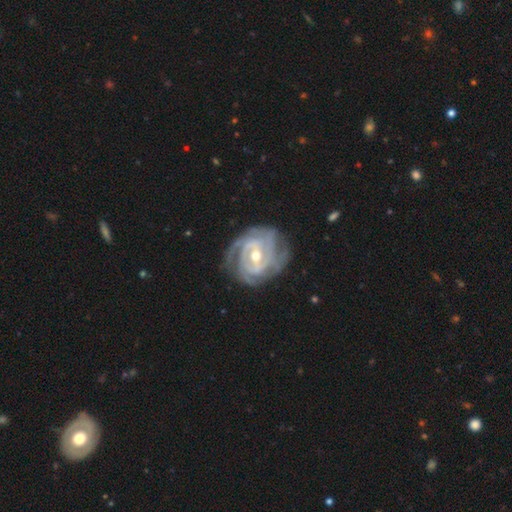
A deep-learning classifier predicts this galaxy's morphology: Q: Smooth or featured?
A: featured or disk (91%); runner-up: smooth (5%)
Q: Edge-on disk?
A: no (97%); runner-up: yes (3%)
Q: Bar?
A: weak (46%); runner-up: strong (28%)
Q: Spiral arms?
A: yes (97%); runner-up: no (3%)
Q: Spiral winding?
A: tight (71%); runner-up: medium (25%)
Q: Spiral arm count?
A: 3 (30%); runner-up: can't tell (23%)
Q: Bulge size?
A: moderate (61%); runner-up: small (35%)
Q: Merging?
A: none (74%); runner-up: minor disturbance (18%)